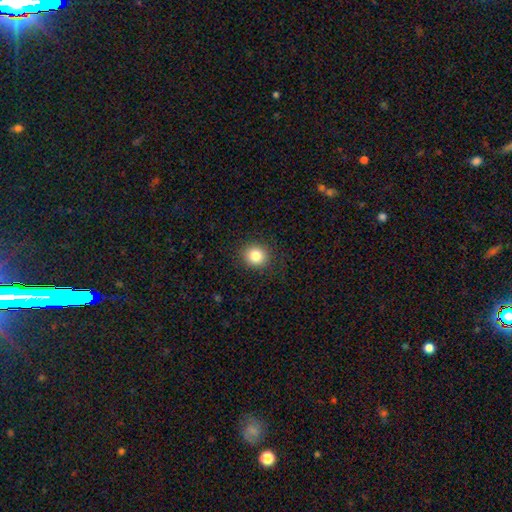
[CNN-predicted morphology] This is clearly a smooth galaxy (83%). How rounded: clearly round (86%). Merging: clearly none (90%).